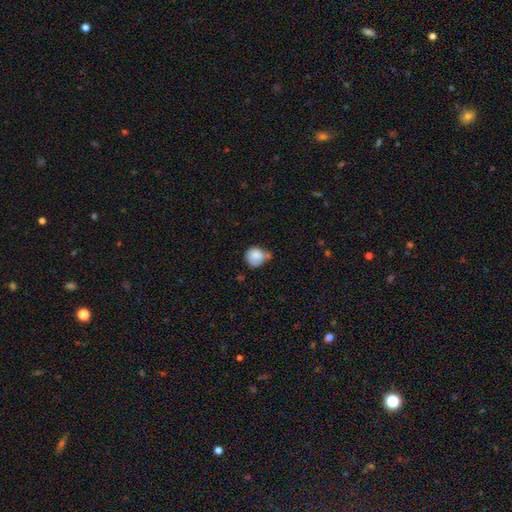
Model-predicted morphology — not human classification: This appears to be a smooth galaxy with no disk features (83%) that is round (81%). Merging: none (42%).